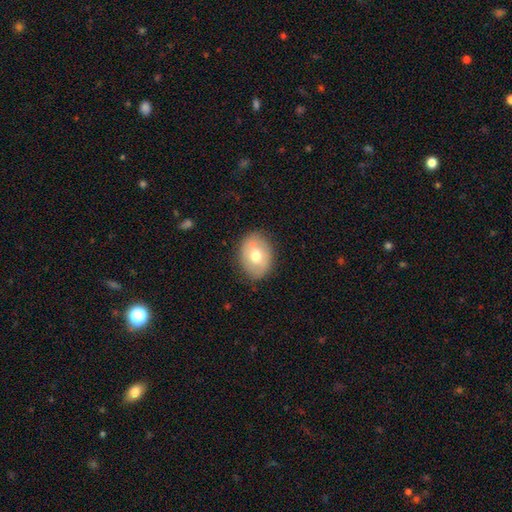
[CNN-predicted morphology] Smooth or featured? smooth (65%)
How rounded? in between (66%)
Merging? none (80%)